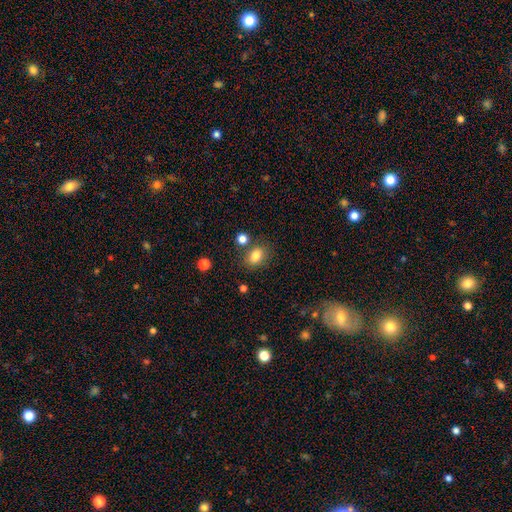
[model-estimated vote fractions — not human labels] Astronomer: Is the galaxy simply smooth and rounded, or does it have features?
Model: smooth — 83%.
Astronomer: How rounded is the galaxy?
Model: in between — 68%.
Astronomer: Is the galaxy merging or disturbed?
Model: none — 75%.